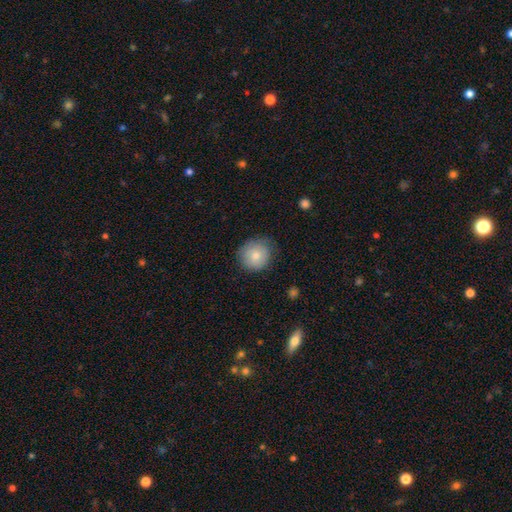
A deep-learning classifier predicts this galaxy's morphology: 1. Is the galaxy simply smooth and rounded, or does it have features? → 78% smooth, 14% featured or disk, 8% star or artifact.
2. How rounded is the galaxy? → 87% round, 12% in between, 1% cigar-shaped.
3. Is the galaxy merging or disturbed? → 74% none, 21% minor disturbance, 4% major disturbance, 1% merger.